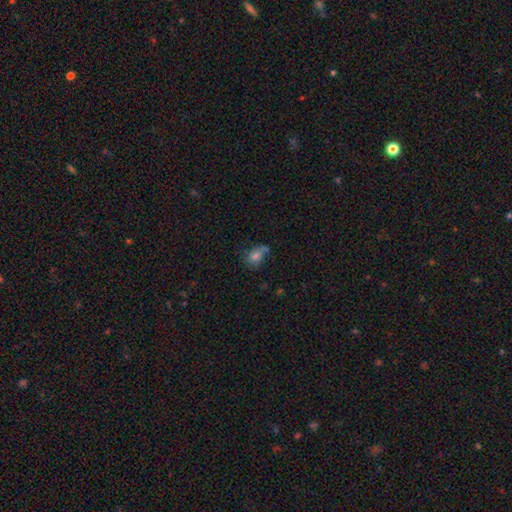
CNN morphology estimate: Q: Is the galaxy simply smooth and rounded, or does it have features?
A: smooth — 69%.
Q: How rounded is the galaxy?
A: in between — 65%.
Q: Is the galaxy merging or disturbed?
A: none — 48%.